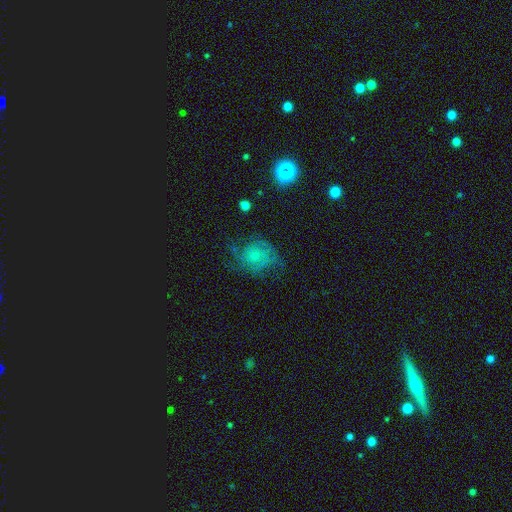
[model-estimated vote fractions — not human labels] Smooth or featured?
  - featured or disk: 57% *
  - smooth: 32%
  - star or artifact: 11%
Edge-on disk?
  - no: 97% *
  - yes: 3%
Bar?
  - no: 80% *
  - weak: 17%
  - strong: 2%
Spiral arms?
  - yes: 81% *
  - no: 19%
Bulge size?
  - small: 64% *
  - moderate: 19%
  - none: 13%
  - large: 2%
  - dominant: 1%
Merging?
  - none: 51% *
  - minor disturbance: 25%
  - major disturbance: 23%
  - merger: 2%